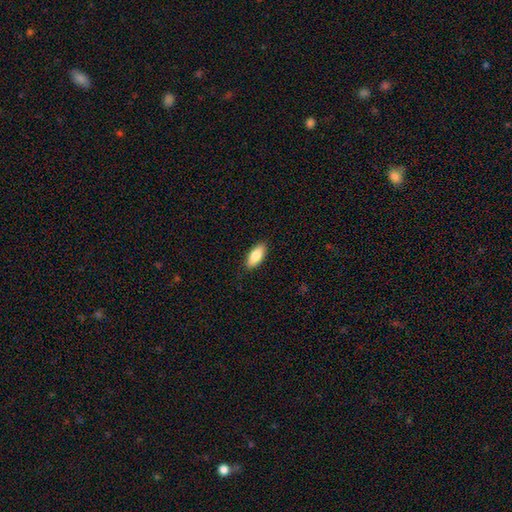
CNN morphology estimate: This is clearly a smooth galaxy (82%). How rounded: clearly in between (84%). Merging: clearly none (88%).